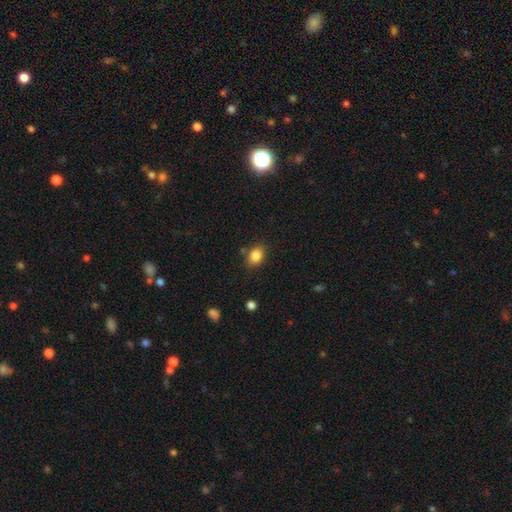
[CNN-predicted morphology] smooth 84%, star or artifact 10%, featured or disk 6%. Down the decision tree: how rounded — in between (67%); merging — none (79%).